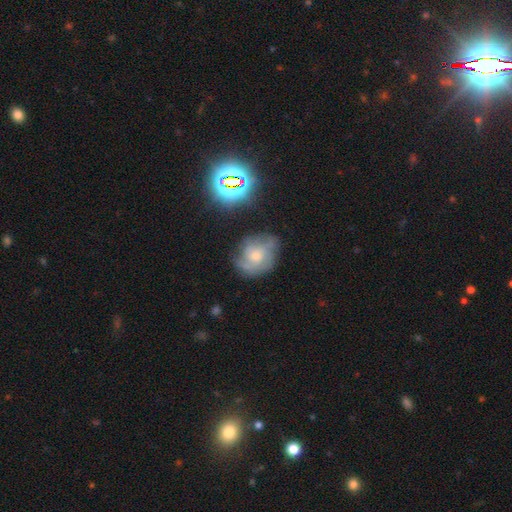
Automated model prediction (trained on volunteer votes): This is possibly a featured or disk galaxy (59%). It is clearly not viewed edge-on (97%). Bar: likely no (77%). Spiral arm pattern: likely yes (78%). Central bulge: possibly moderate (45%). Merging: possibly none (56%).